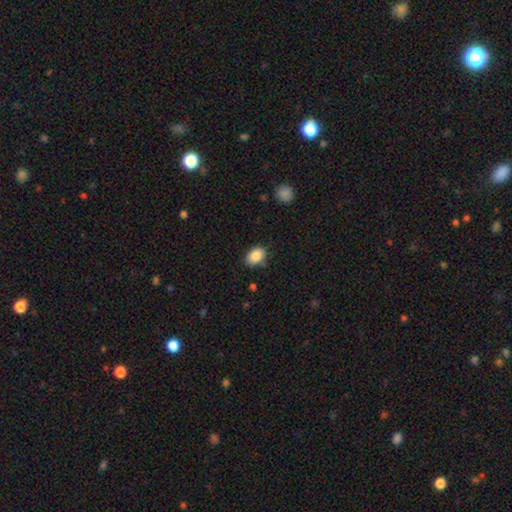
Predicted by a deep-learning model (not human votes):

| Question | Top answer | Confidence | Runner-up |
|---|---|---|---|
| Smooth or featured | smooth | 88% | star or artifact (8%) |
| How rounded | in between | 81% | round (18%) |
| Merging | none | 81% | minor disturbance (14%) |